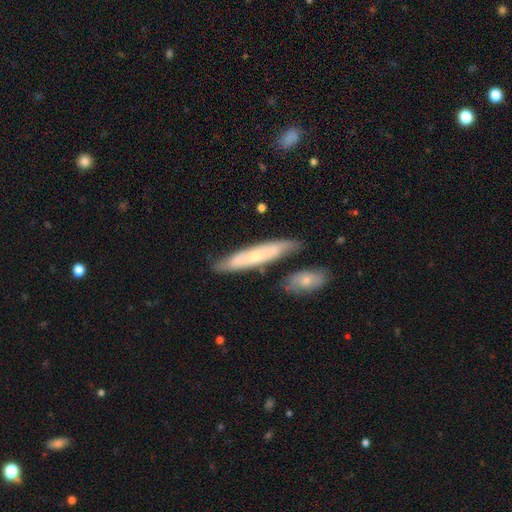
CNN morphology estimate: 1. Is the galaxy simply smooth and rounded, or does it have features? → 51% featured or disk, 43% smooth, 6% star or artifact.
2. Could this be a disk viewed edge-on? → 56% yes, 44% no.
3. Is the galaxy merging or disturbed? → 74% none, 15% minor disturbance, 8% merger, 3% major disturbance.